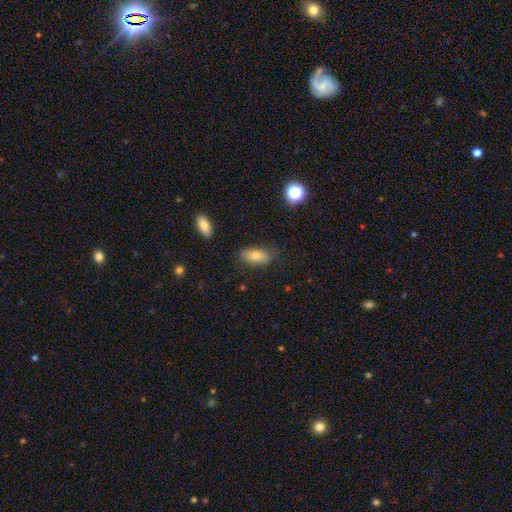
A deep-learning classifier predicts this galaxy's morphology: smooth 76%, featured or disk 16%, star or artifact 9%. Down the decision tree: how rounded — in between (87%); merging — none (79%).